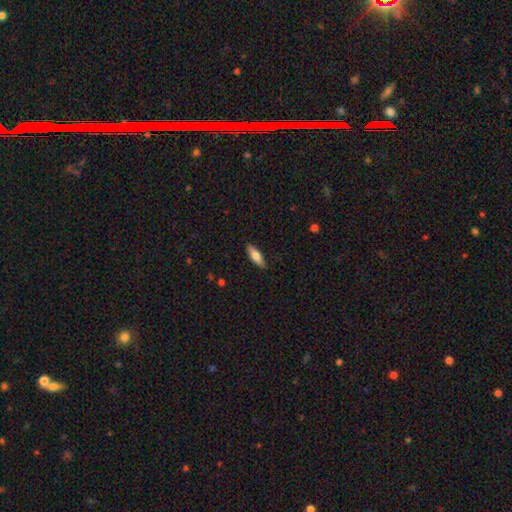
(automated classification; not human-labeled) This appears to be a smooth galaxy with no disk features (69%) that is in between round and cigar-shaped (51%). Merging: none (87%).